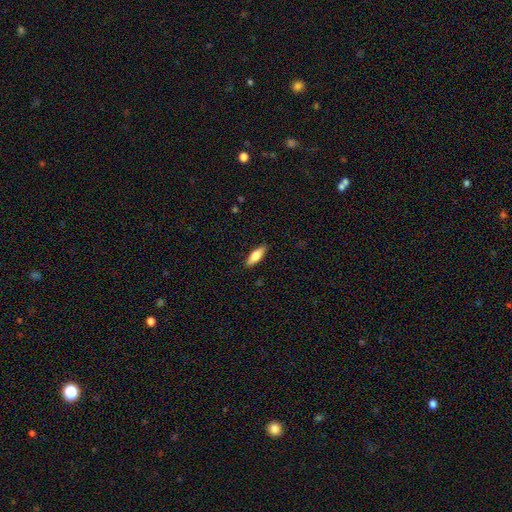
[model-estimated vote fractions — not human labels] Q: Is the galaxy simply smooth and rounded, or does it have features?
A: smooth — 73%.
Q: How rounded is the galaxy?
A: in between — 61%.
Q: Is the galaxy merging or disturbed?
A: none — 89%.